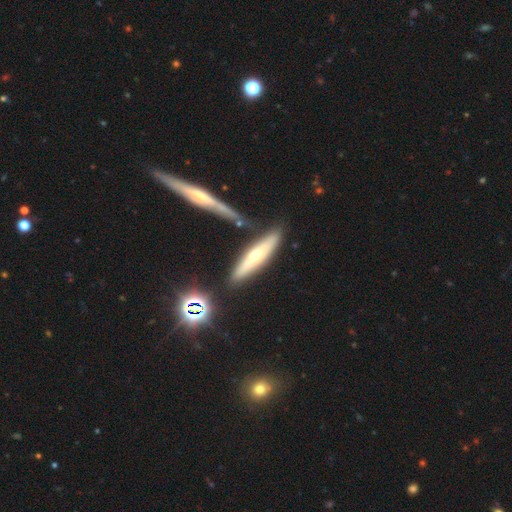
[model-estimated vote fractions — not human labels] A featured or disk galaxy (49%).

Vote fractions:
- Smooth or featured? featured or disk: 49% / smooth: 42% / star or artifact: 8%
- Merging? none: 74% / minor disturbance: 12% / merger: 10% / major disturbance: 3%